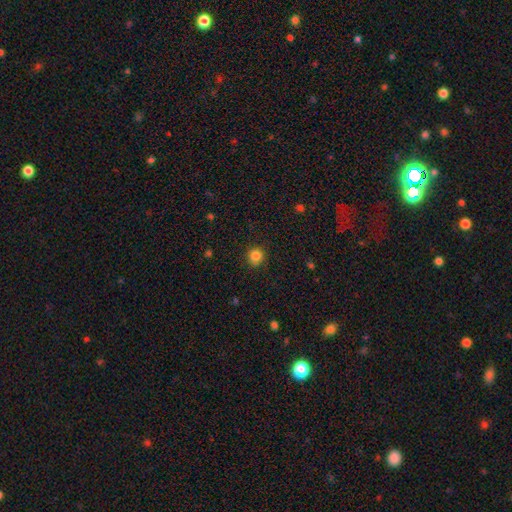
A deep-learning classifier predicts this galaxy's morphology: This appears to be a smooth galaxy with no disk features (84%) that is round (90%). Merging: none (86%).